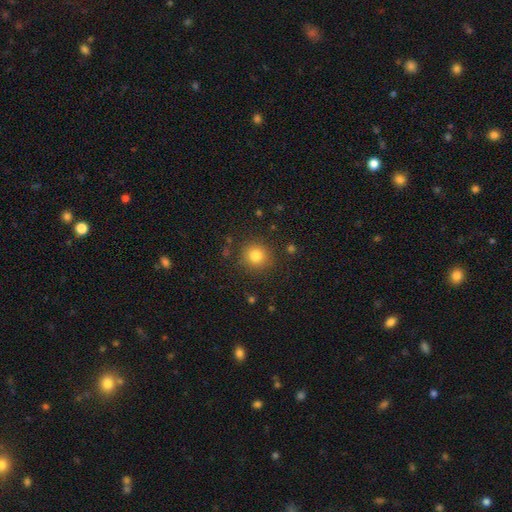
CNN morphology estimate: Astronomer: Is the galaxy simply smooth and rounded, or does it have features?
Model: smooth — 81%.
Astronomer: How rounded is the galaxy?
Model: round — 90%.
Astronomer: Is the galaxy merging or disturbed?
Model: none — 88%.